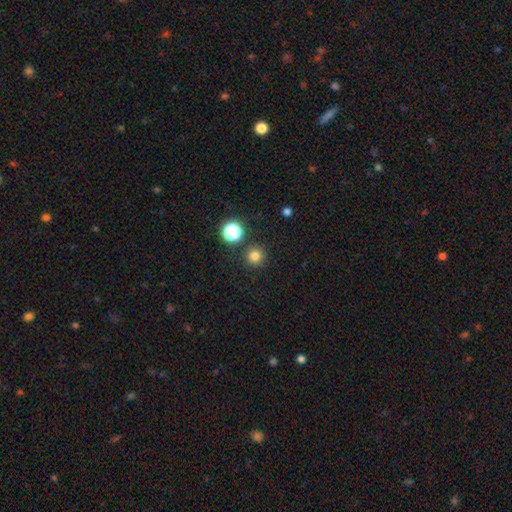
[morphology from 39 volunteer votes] A smooth galaxy with no disk features (90%) that is round (100%). Merging: none (83%).